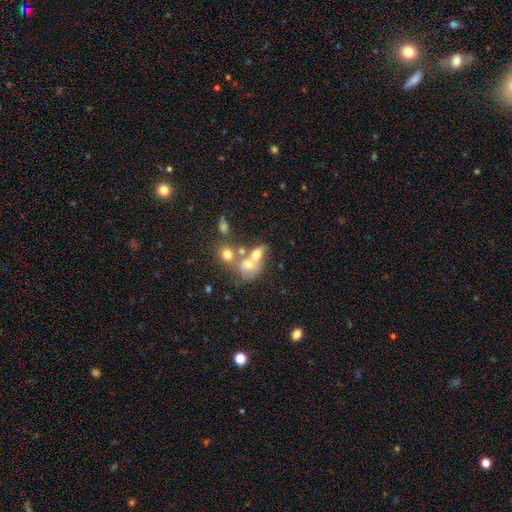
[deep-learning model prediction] This is possibly a smooth galaxy (58%). How rounded: possibly in between (54%). Merging: possibly merger (59%).